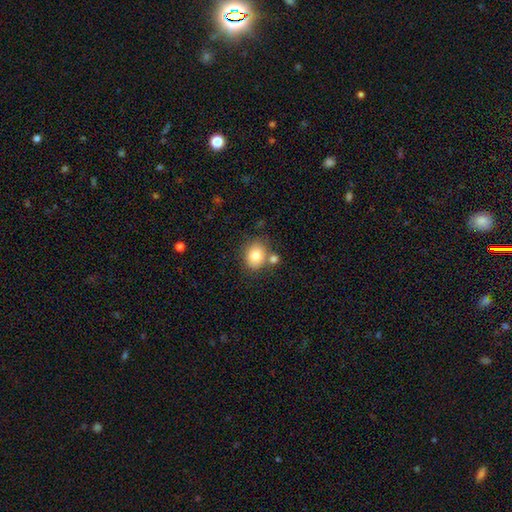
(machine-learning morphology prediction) Q: Smooth or featured?
A: smooth (80%); runner-up: featured or disk (10%)
Q: How rounded?
A: round (65%); runner-up: in between (34%)
Q: Merging?
A: none (67%); runner-up: merger (17%)